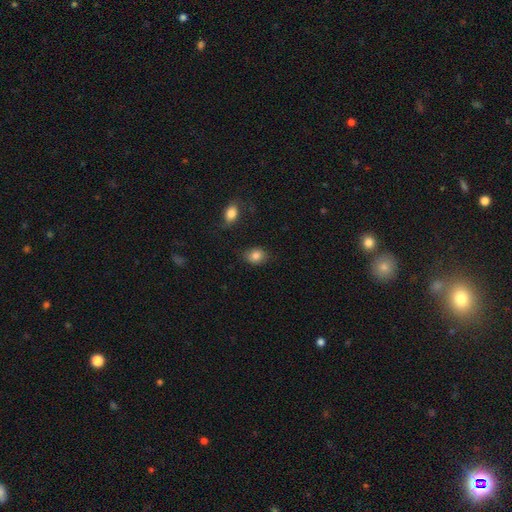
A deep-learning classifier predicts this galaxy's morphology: Overall: smooth (84%). How rounded: in between (52%; round 47%). Merging: none (78%).